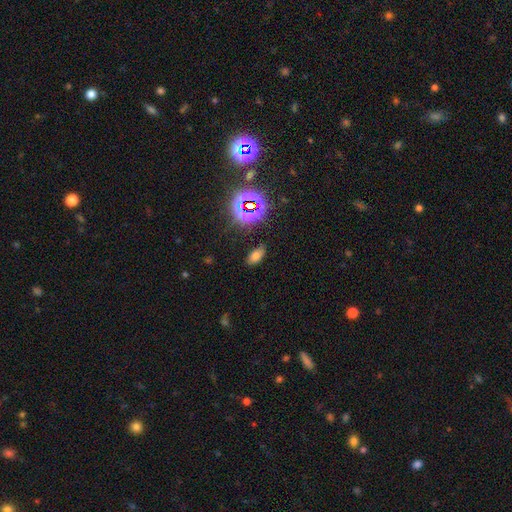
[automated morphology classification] Smooth or featured?
  - smooth: 63% *
  - star or artifact: 26%
  - featured or disk: 11%
How rounded?
  - in between: 89% *
  - round: 7%
  - cigar-shaped: 4%
Merging?
  - none: 83% *
  - minor disturbance: 12%
  - major disturbance: 3%
  - merger: 2%